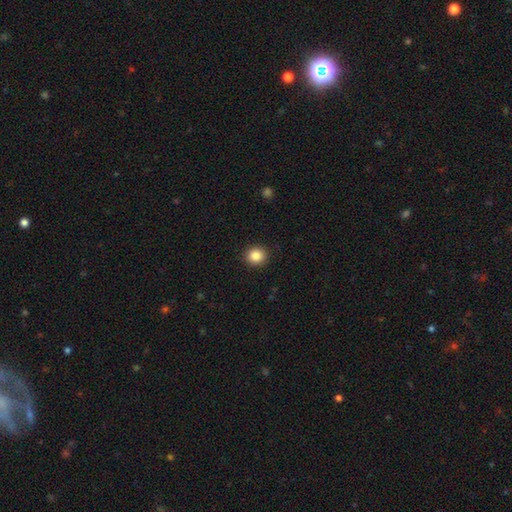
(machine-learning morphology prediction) This appears to be a smooth galaxy with no disk features (86%) that is round (83%). Merging: none (92%).